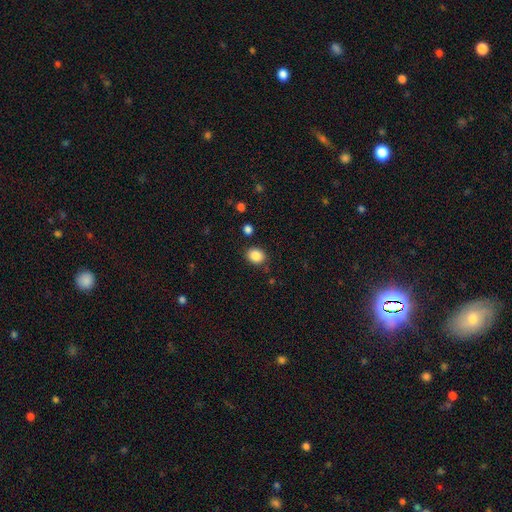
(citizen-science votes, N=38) This appears to be a smooth galaxy with no disk features (87%) that is round (52%). Merging: none (89%).